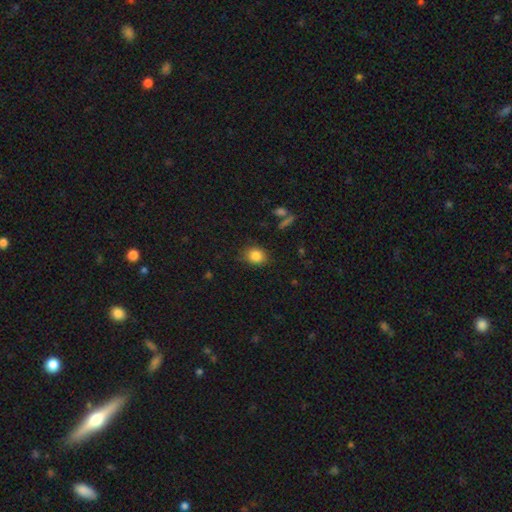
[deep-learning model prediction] Smooth or featured? smooth (85%)
How rounded? round (55%)
Merging? none (81%)